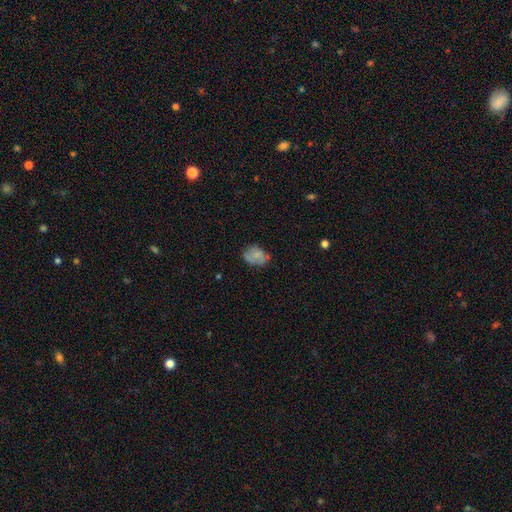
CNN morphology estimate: Smooth or featured?
  - smooth: 67% *
  - featured or disk: 23%
  - star or artifact: 10%
How rounded?
  - in between: 73% *
  - round: 26%
  - cigar-shaped: 1%
Merging?
  - none: 60% *
  - minor disturbance: 28%
  - major disturbance: 9%
  - merger: 3%